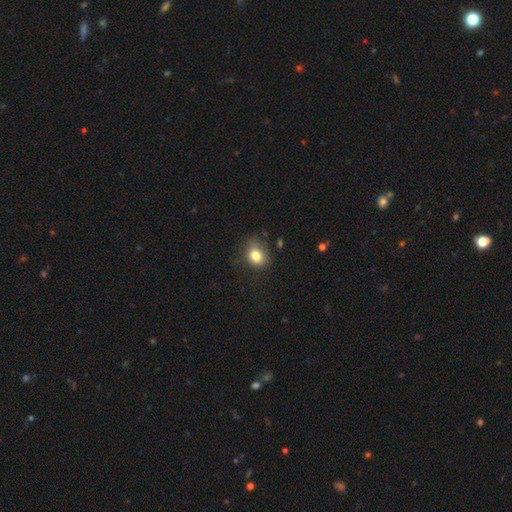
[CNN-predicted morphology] Q: Smooth or featured?
A: smooth (80%); runner-up: star or artifact (10%)
Q: How rounded?
A: in between (55%); runner-up: round (44%)
Q: Merging?
A: none (68%); runner-up: minor disturbance (23%)